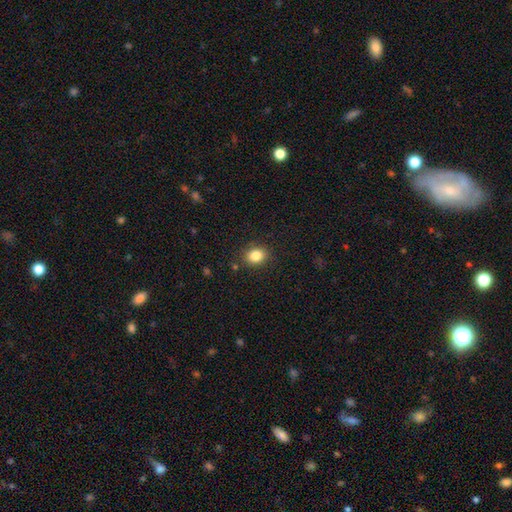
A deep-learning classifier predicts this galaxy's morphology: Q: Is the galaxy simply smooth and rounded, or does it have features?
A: smooth — 84%.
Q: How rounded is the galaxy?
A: in between — 51%.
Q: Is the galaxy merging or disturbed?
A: none — 86%.